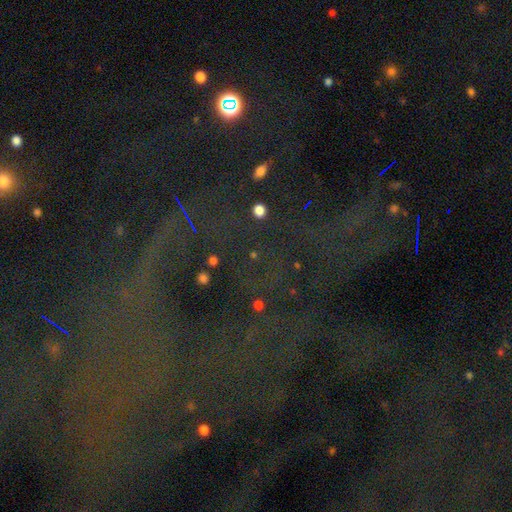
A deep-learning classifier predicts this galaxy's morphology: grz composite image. It shows a star or artifact, not a galaxy (79%).